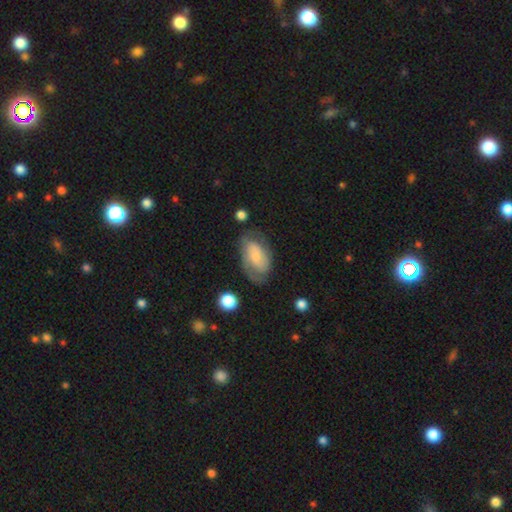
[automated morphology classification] Smooth or featured? featured or disk (50%)
Edge-on disk? no (95%)
Merging? none (61%)